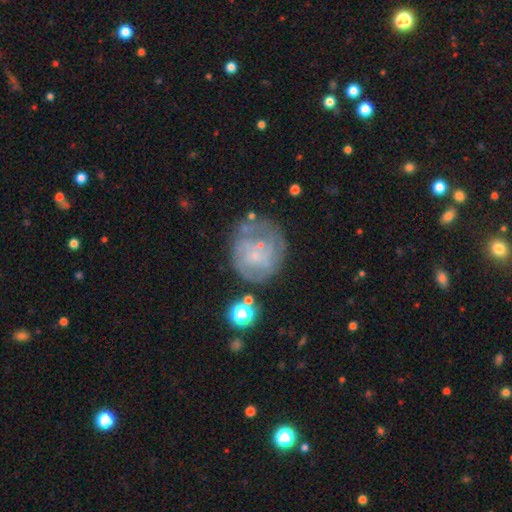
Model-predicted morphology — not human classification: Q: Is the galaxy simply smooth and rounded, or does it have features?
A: featured or disk — 60%.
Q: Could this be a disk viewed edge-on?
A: no — 98%.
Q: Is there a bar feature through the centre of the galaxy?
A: no — 77%.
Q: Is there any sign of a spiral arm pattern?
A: yes — 54%.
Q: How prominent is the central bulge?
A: small — 57%.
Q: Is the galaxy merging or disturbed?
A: none — 58%.